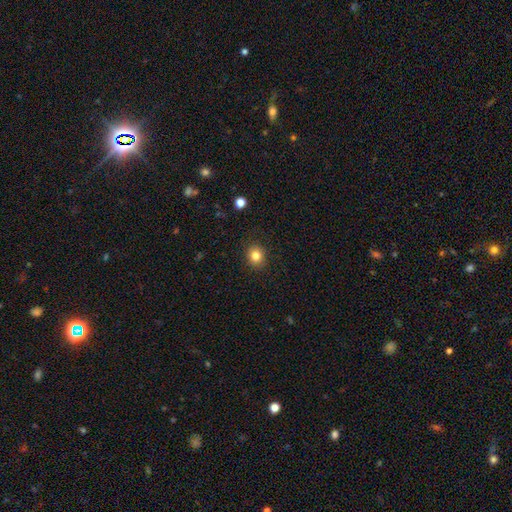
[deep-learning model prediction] This appears to be a smooth galaxy with no disk features (83%) that is round (82%). Merging: none (90%).